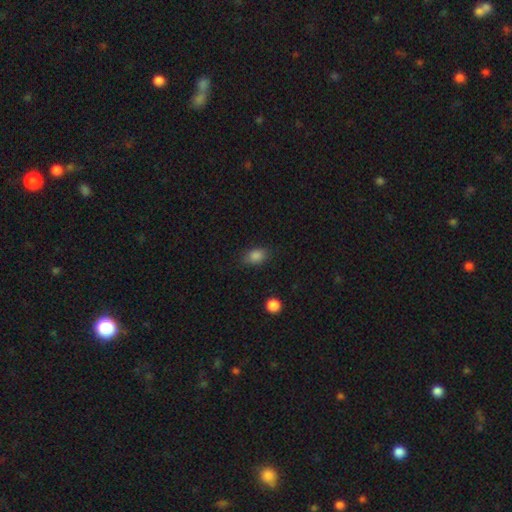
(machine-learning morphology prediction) Smooth or featured: smooth — 85% (star or artifact — 10%)
How rounded: in between — 76% (round — 23%)
Merging: none — 79% (minor disturbance — 16%)